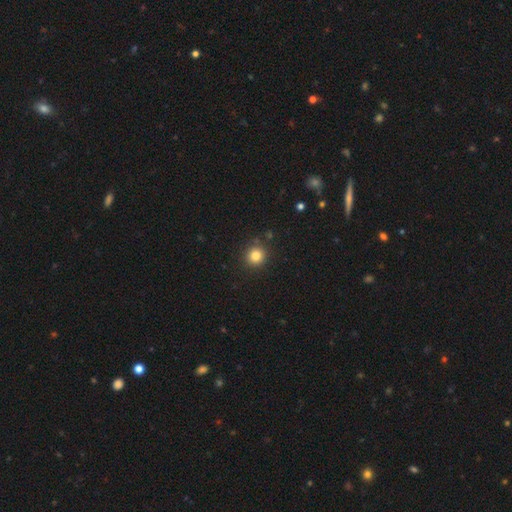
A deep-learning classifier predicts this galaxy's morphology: Smooth or featured? smooth (82%)
How rounded? round (92%)
Merging? none (87%)